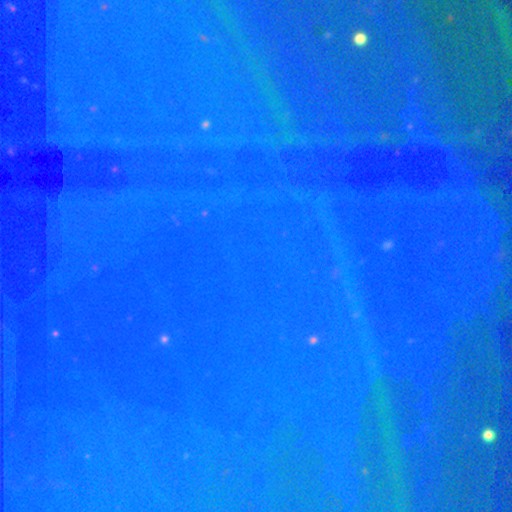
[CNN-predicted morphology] This appears to be a star or artifact, not a galaxy (81%).